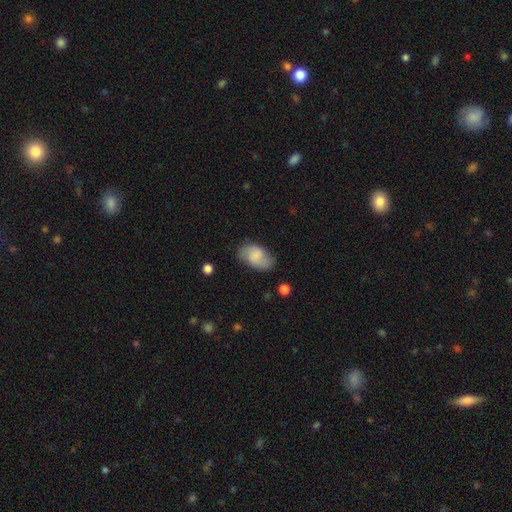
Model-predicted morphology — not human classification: The model was most divided on "smooth or featured": smooth: 68%, featured or disk: 24%, star or artifact: 7%. More confident: how rounded — in between (92%); merging — none (72%).